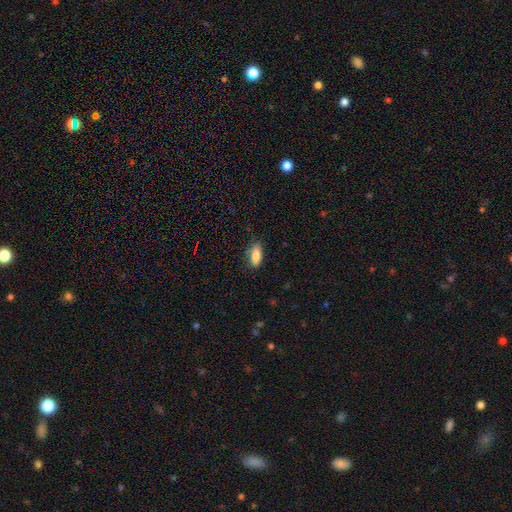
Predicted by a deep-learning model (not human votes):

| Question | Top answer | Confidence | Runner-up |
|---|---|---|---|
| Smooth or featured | smooth | 82% | featured or disk (10%) |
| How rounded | in between | 77% | cigar-shaped (20%) |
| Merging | none | 76% | minor disturbance (19%) |